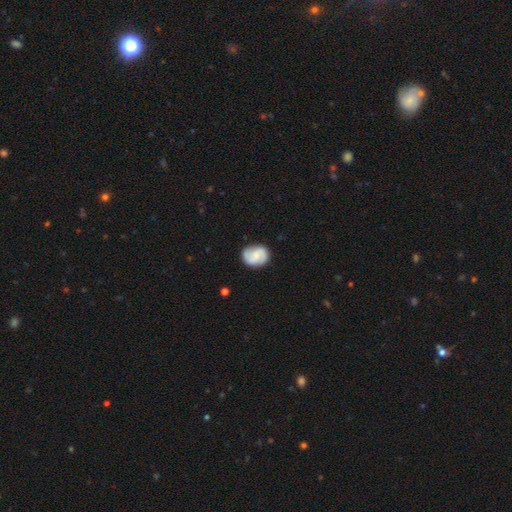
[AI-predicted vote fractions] The model was most divided on "bulge size": small: 38%, none: 37%, moderate: 19%, large: 4%, dominant: 2%. Remaining: edge-on disk — no (98%); spiral arms — yes (93%); merging — none (81%); spiral arm count — 2 (78%); smooth or featured — featured or disk (56%); bar — no (46%); spiral winding — medium (44%).